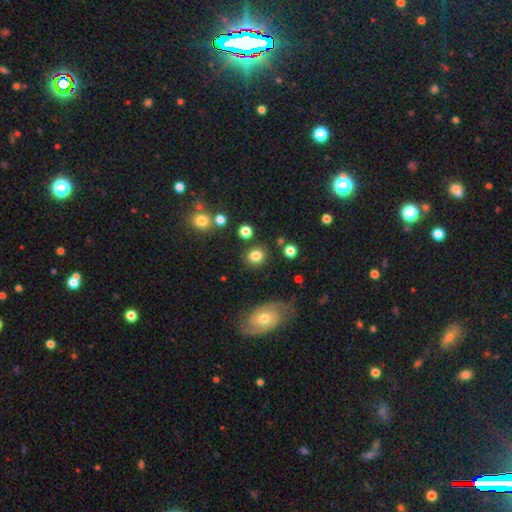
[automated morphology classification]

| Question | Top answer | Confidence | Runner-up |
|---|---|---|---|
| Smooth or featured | smooth | 82% | star or artifact (11%) |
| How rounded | round | 77% | in between (22%) |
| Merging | none | 83% | minor disturbance (9%) |